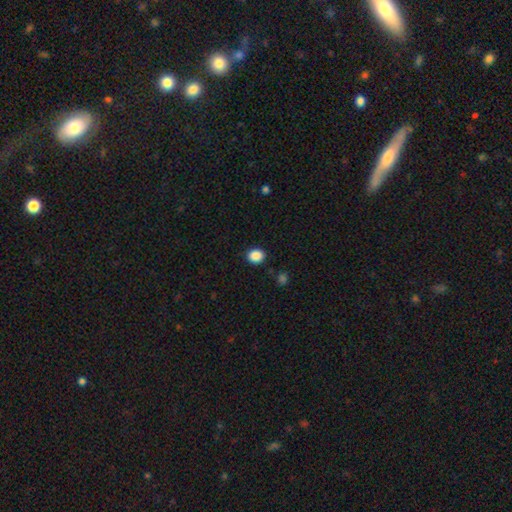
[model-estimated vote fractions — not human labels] smooth-or-featured: smooth: 88% | star or artifact: 9% | featured or disk: 3%
  how-rounded: round: 71% | in between: 29% | cigar-shaped: 1%
  merging: none: 89% | minor disturbance: 7% | major disturbance: 2% | merger: 1%